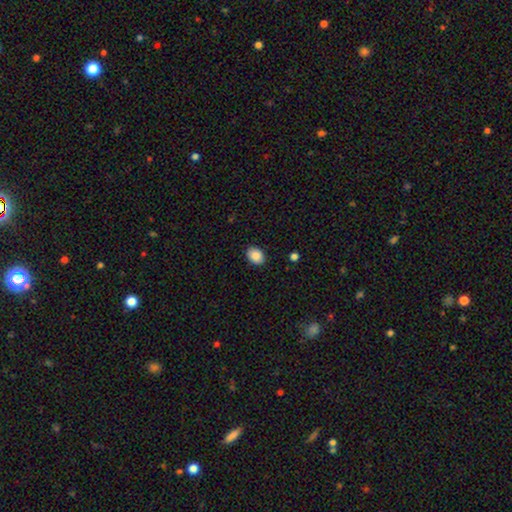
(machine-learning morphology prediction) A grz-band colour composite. It shows a smooth galaxy with no disk features (88%) that is in between round and cigar-shaped (67%). Merging: none (88%).